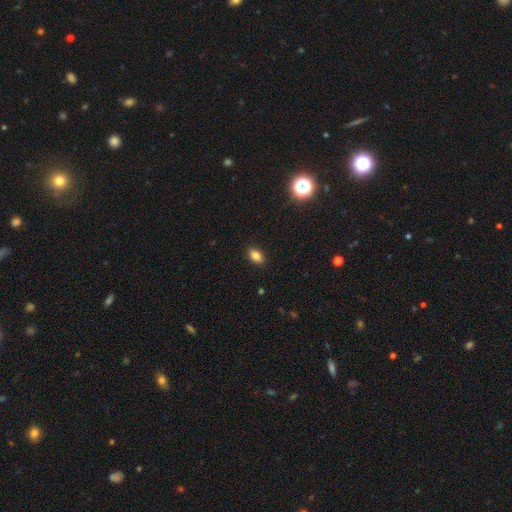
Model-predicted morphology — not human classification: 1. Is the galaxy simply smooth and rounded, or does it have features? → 83% smooth, 10% star or artifact, 7% featured or disk.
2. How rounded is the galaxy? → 88% in between, 8% round, 4% cigar-shaped.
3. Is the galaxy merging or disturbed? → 89% none, 8% minor disturbance, 2% major disturbance, 1% merger.